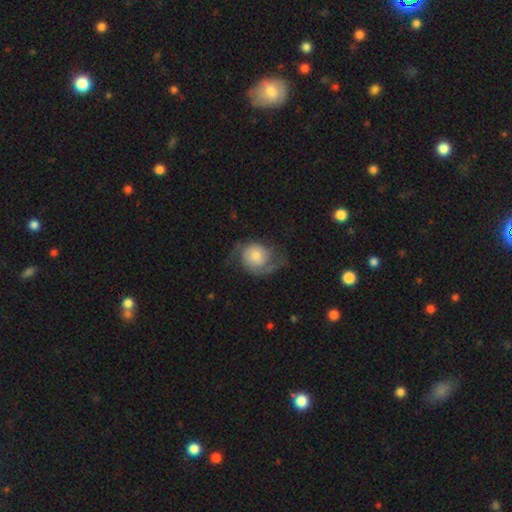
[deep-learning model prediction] smooth-or-featured: featured or disk: 63% | smooth: 30% | star or artifact: 7%
  disk-edge-on: no: 97% | yes: 3%
    bar: no: 76% | weak: 21% | strong: 3%
    has-spiral-arms: yes: 90% | no: 10%
      spiral-winding: medium: 41% | loose: 34% | tight: 26%
      spiral-arm-count: 2: 79% | 1: 10% | can't tell: 7% | 3: 2% | 4: 1% | more than 4: 1%
    bulge-size: moderate: 36% | small: 32% | large: 18% | none: 9% | dominant: 5%
  merging: none: 56% | minor disturbance: 23% | major disturbance: 19% | merger: 2%